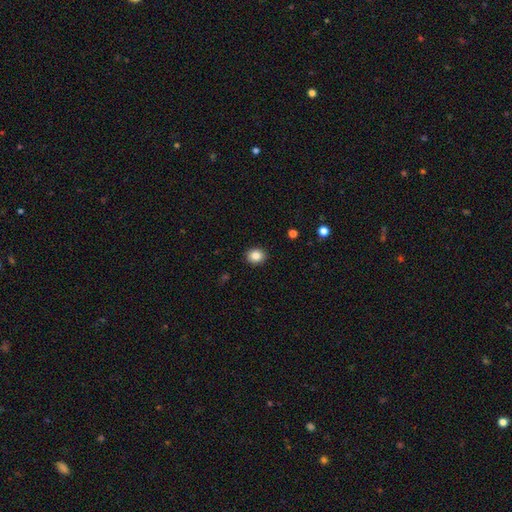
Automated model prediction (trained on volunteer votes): Smooth or featured? smooth (85%)
How rounded? round (66%)
Merging? none (91%)